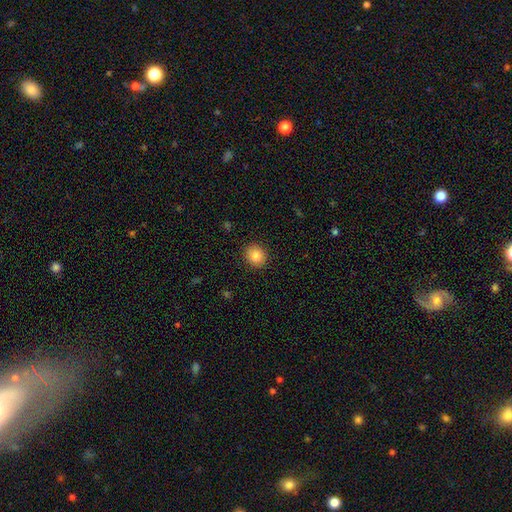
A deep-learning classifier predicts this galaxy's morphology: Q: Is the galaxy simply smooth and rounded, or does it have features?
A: smooth — 84%.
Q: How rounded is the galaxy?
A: round — 84%.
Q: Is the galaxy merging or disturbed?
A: none — 91%.